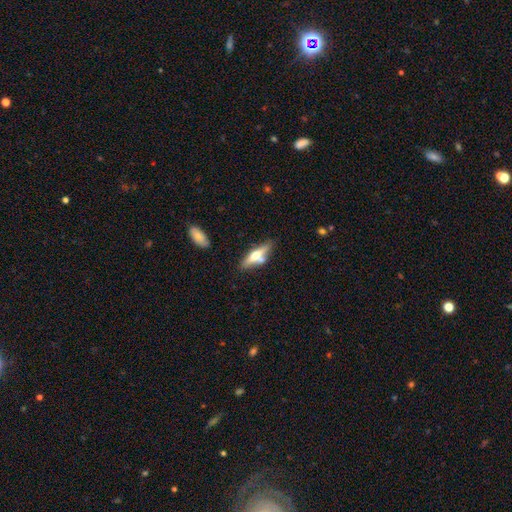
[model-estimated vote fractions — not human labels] featured or disk 55%, smooth 39%, star or artifact 6%. Down the decision tree: edge-on disk — yes (90%); merging — none (69%).